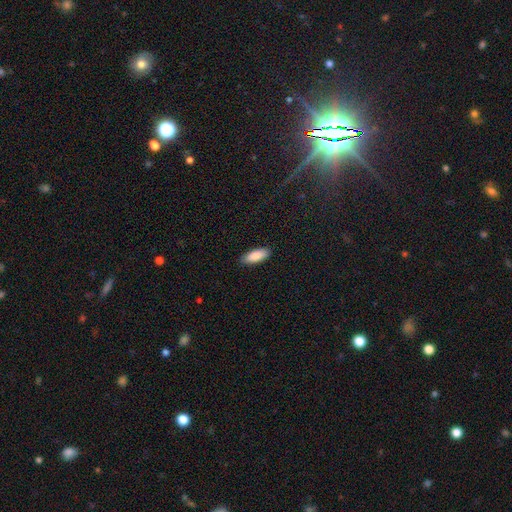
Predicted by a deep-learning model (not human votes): The model was most divided on "how rounded": in between: 78%, cigar-shaped: 21%, round: 2%. More confident: smooth or featured — smooth (89%); merging — none (88%).